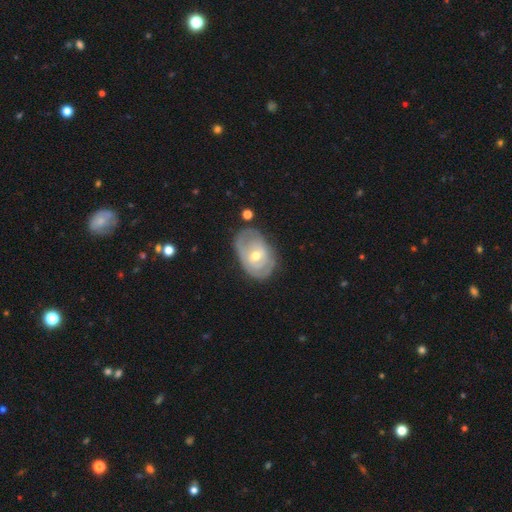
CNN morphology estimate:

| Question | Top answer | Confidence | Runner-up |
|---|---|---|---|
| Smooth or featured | featured or disk | 68% | smooth (26%) |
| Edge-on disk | no | 95% | yes (5%) |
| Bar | no | 63% | weak (30%) |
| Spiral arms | yes | 67% | no (33%) |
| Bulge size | moderate | 60% | small (36%) |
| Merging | none | 55% | minor disturbance (29%) |